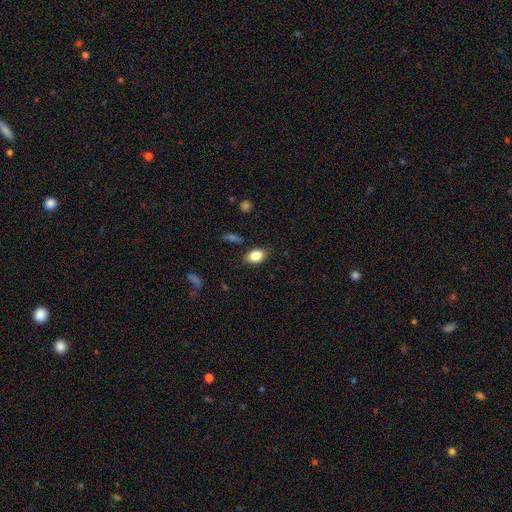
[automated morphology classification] This appears to be a smooth galaxy with no disk features (84%) that is in between round and cigar-shaped (80%). Merging: none (83%).